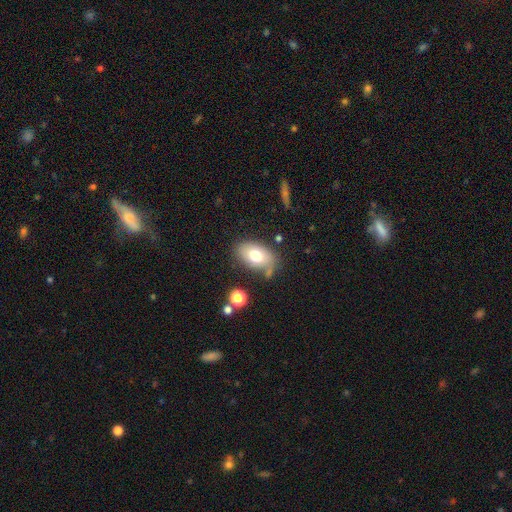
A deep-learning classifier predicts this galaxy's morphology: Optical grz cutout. It shows a smooth galaxy with no disk features (73%) that is in between round and cigar-shaped (89%). Merging: none (71%).